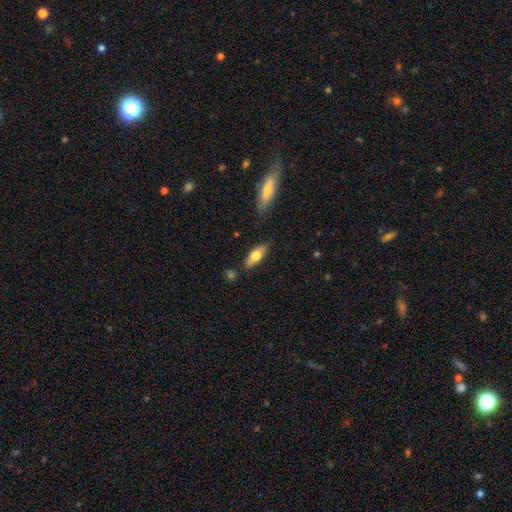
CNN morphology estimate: Overall: smooth (67%; featured or disk 28%). How rounded: in between (63%; cigar-shaped 35%). Merging: none (80%).